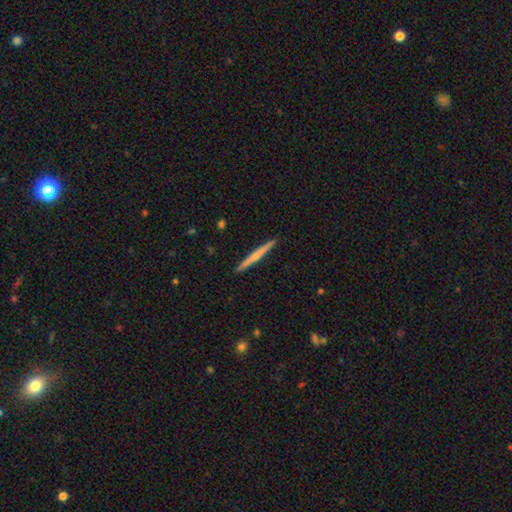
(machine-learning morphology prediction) featured or disk 52%, smooth 42%, star or artifact 5%. Down the decision tree: edge-on disk — yes (98%); edge-on bulge — rounded (53%); merging — none (92%).